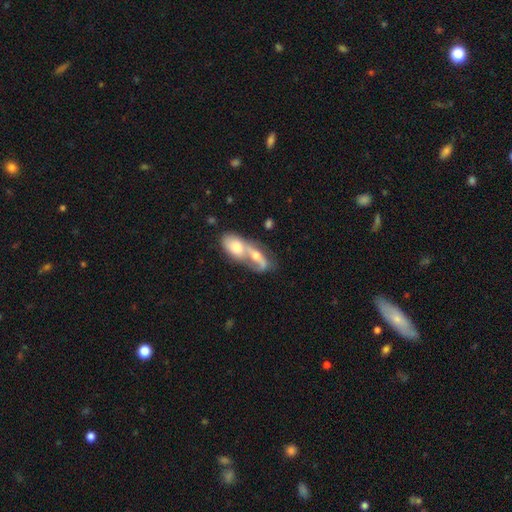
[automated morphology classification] A smooth galaxy with no disk features (51%) that is in between round and cigar-shaped (77%).

Vote fractions:
- Smooth or featured? smooth: 51% / featured or disk: 42% / star or artifact: 7%
- How rounded? in between: 77% / cigar-shaped: 15% / round: 8%
- Merging? merger: 80% / none: 10% / major disturbance: 5% / minor disturbance: 5%